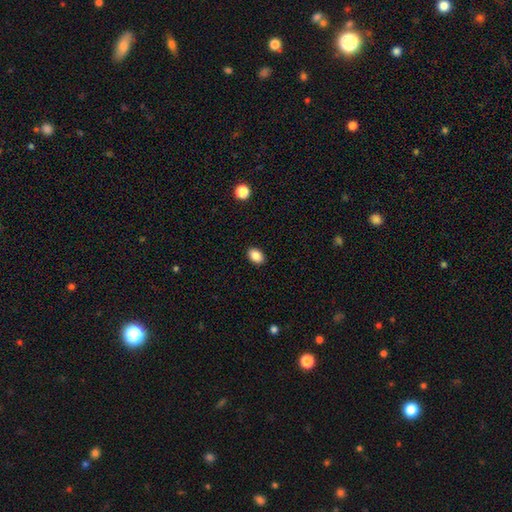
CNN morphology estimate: Smooth or featured? smooth (88%)
How rounded? in between (83%)
Merging? none (90%)